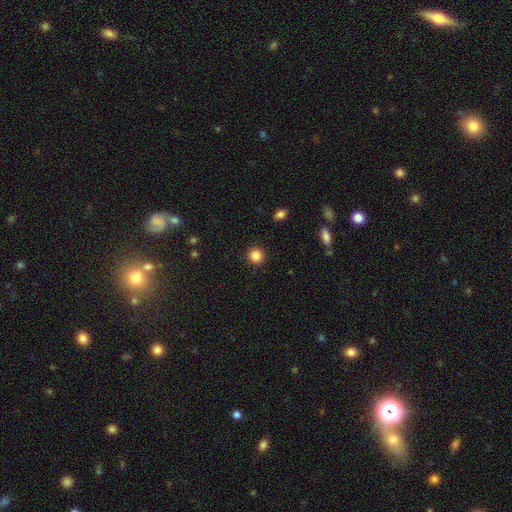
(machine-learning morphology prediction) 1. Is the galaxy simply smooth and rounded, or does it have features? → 85% smooth, 11% star or artifact, 4% featured or disk.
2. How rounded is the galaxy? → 93% round, 6% in between, 1% cigar-shaped.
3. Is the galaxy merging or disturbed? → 91% none, 6% minor disturbance, 2% major disturbance, 1% merger.